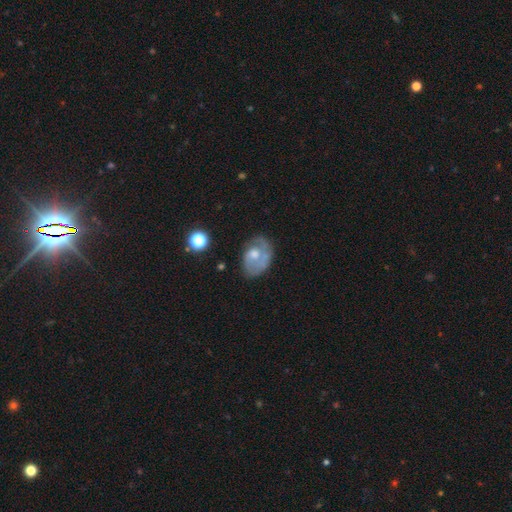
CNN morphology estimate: This is likely a featured or disk galaxy (60%). It is clearly not viewed edge-on (96%). Bar: likely no (80%). Spiral arm pattern: likely yes (70%). Central bulge: possibly moderate (54%). Merging: possibly none (53%).